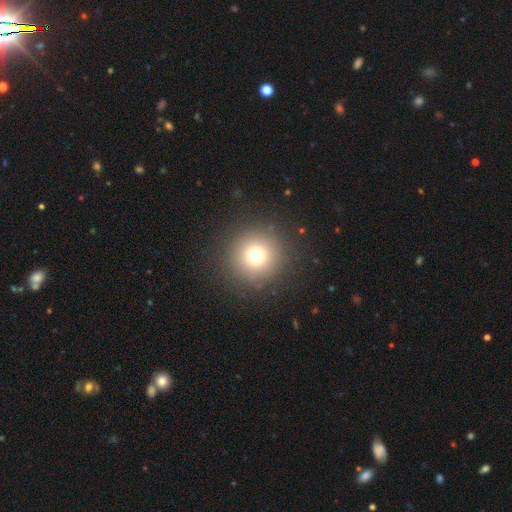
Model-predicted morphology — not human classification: A smooth galaxy with no disk features (73%) that is round (96%). Merging: none (89%).